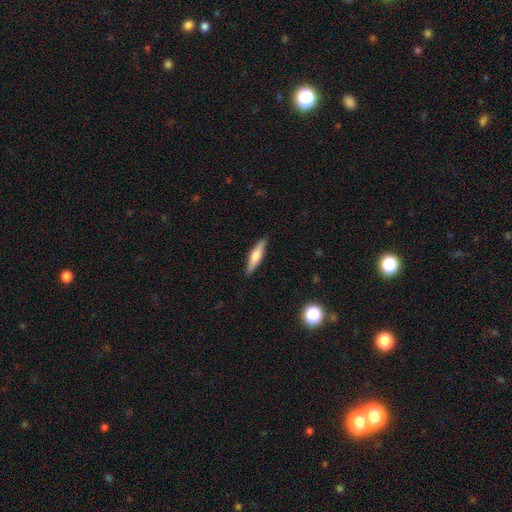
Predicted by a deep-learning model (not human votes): This appears to be a smooth galaxy with no disk features (56%) that is cigar-shaped (81%). Merging: none (89%).